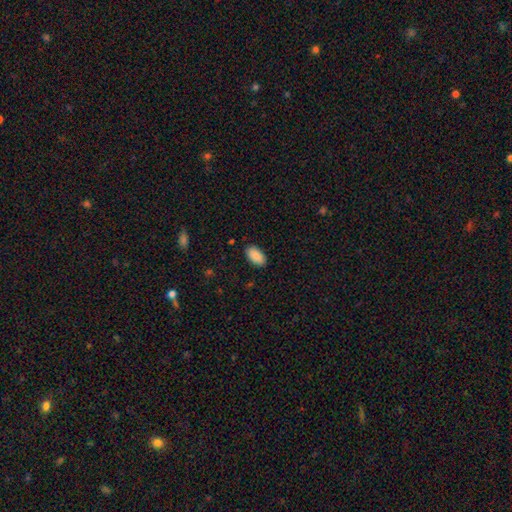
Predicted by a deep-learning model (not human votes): This appears to be a smooth galaxy with no disk features (88%) that is in between round and cigar-shaped (95%). Merging: none (87%).